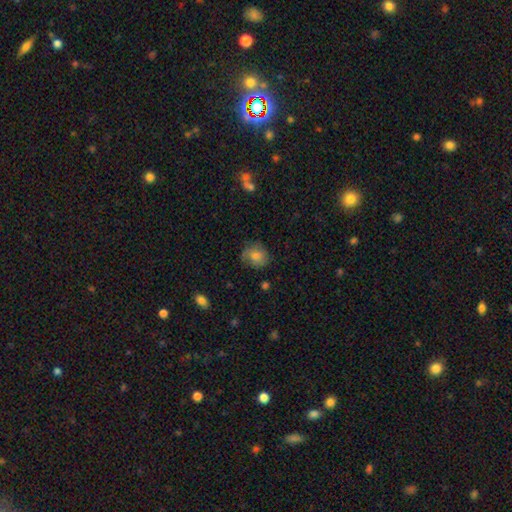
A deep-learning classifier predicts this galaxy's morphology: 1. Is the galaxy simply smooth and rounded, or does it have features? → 66% smooth, 23% featured or disk, 11% star or artifact.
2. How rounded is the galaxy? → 70% round, 29% in between, 1% cigar-shaped.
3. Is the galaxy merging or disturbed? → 70% none, 22% minor disturbance, 7% major disturbance, 2% merger.